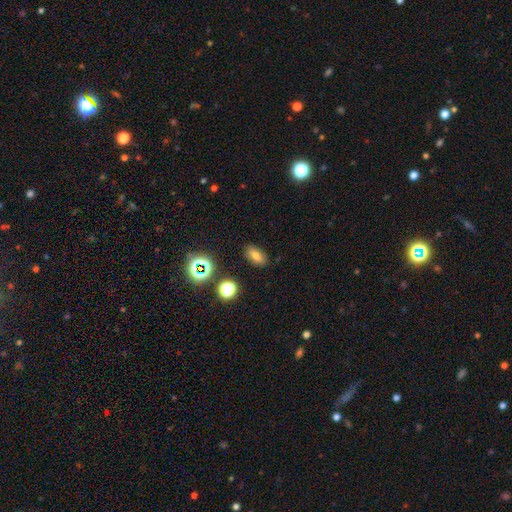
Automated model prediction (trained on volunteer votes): smooth_or_featured: smooth (p=0.72) [alt: star or artifact p=0.18]
how_rounded: in between (p=0.86) [alt: round p=0.09]
merging: none (p=0.86) [alt: minor disturbance p=0.09]